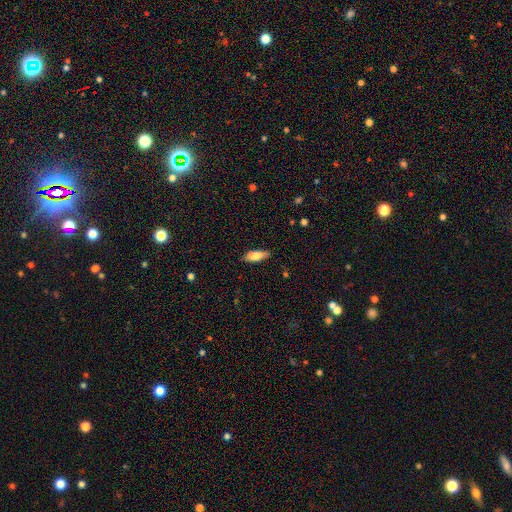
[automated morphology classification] Q: Smooth or featured?
A: smooth (81%); runner-up: featured or disk (13%)
Q: How rounded?
A: in between (73%); runner-up: cigar-shaped (25%)
Q: Merging?
A: none (82%); runner-up: minor disturbance (14%)